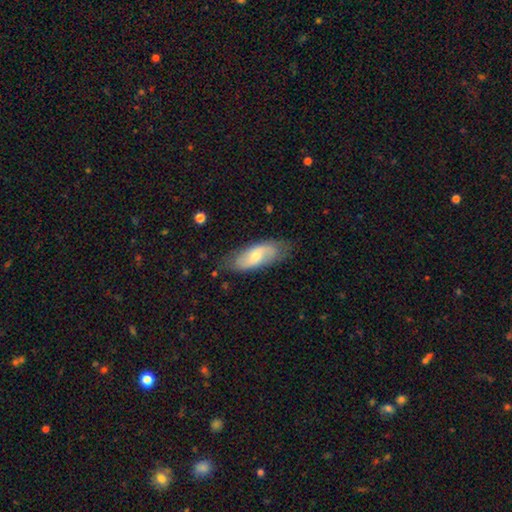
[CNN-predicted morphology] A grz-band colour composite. It shows a featured or disk galaxy (51%). Merging: none (74%).